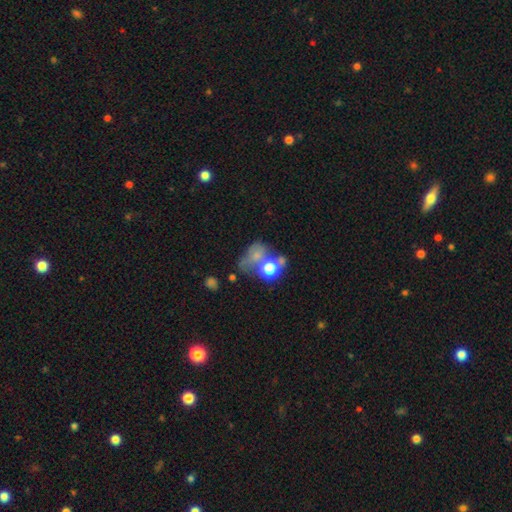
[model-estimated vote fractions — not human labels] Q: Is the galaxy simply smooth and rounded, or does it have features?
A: smooth — 58%.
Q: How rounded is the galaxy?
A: round — 56%.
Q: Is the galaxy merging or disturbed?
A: merger — 34%.